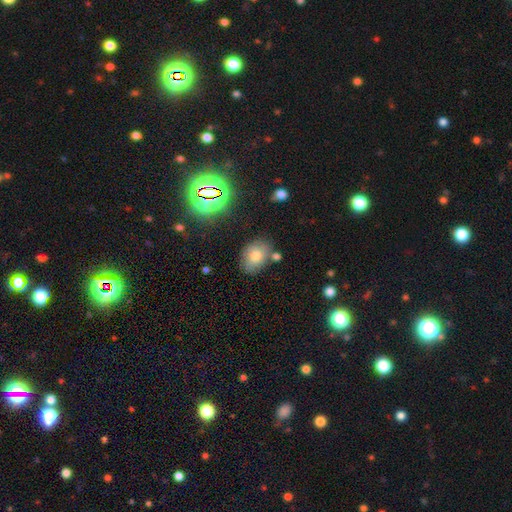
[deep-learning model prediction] Q: Smooth or featured?
A: smooth (68%); runner-up: star or artifact (17%)
Q: How rounded?
A: in between (71%); runner-up: round (28%)
Q: Merging?
A: none (75%); runner-up: minor disturbance (15%)